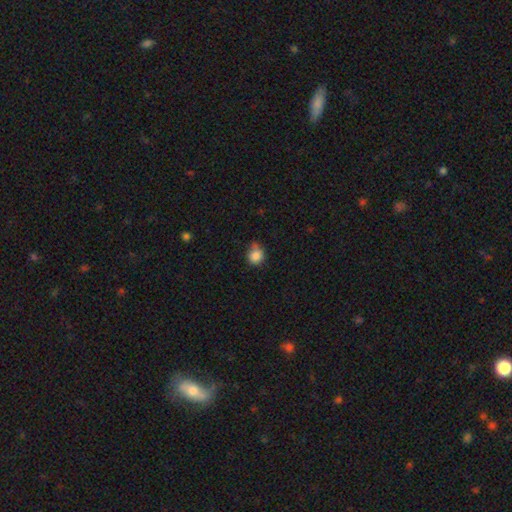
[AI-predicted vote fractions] Smooth or featured?
  - smooth: 84% *
  - star or artifact: 10%
  - featured or disk: 6%
How rounded?
  - round: 77% *
  - in between: 22%
  - cigar-shaped: 1%
Merging?
  - none: 56% *
  - minor disturbance: 29%
  - merger: 8%
  - major disturbance: 7%